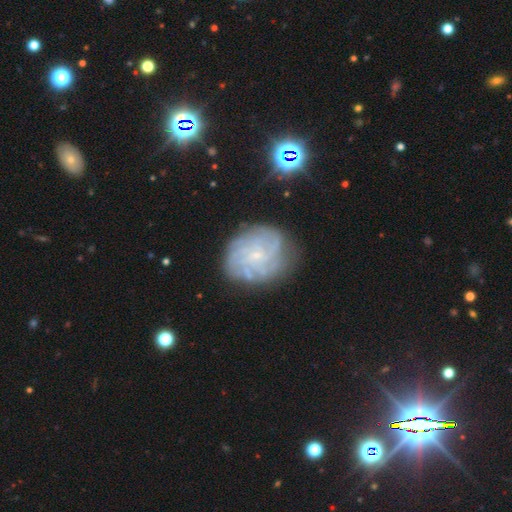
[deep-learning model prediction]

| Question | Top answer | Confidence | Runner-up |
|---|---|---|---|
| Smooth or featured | featured or disk | 75% | smooth (15%) |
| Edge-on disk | no | 98% | yes (2%) |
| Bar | no | 74% | weak (22%) |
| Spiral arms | yes | 92% | no (8%) |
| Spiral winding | tight | 66% | medium (25%) |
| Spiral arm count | can't tell | 36% | more than 4 (20%) |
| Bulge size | small | 84% | moderate (9%) |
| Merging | none | 76% | minor disturbance (16%) |